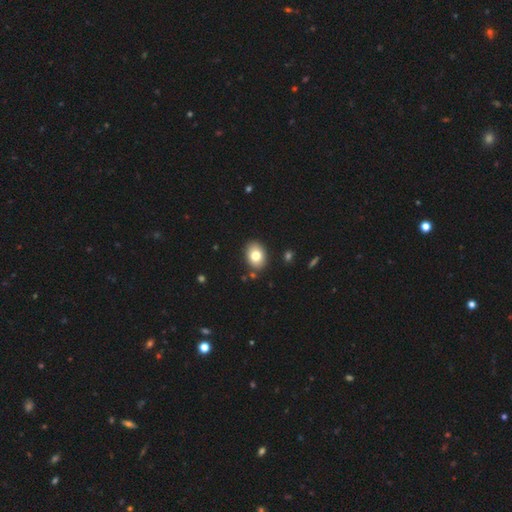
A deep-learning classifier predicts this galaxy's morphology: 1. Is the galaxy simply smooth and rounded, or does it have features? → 79% smooth, 12% featured or disk, 8% star or artifact.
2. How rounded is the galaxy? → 72% in between, 27% round, 1% cigar-shaped.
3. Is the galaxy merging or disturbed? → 86% none, 9% minor disturbance, 3% merger, 2% major disturbance.